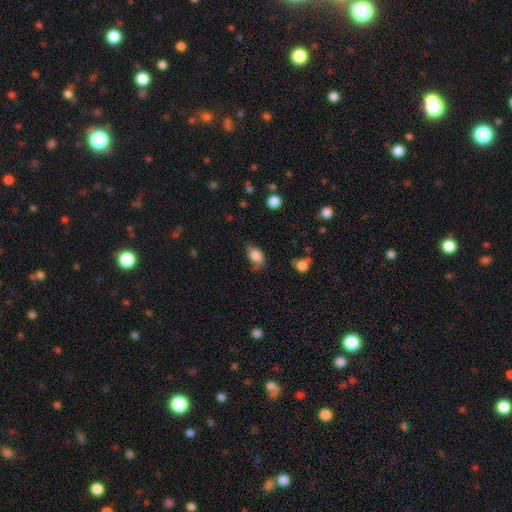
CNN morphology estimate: A smooth galaxy with no disk features (83%) that is in between round and cigar-shaped (88%). Merging: none (60%).